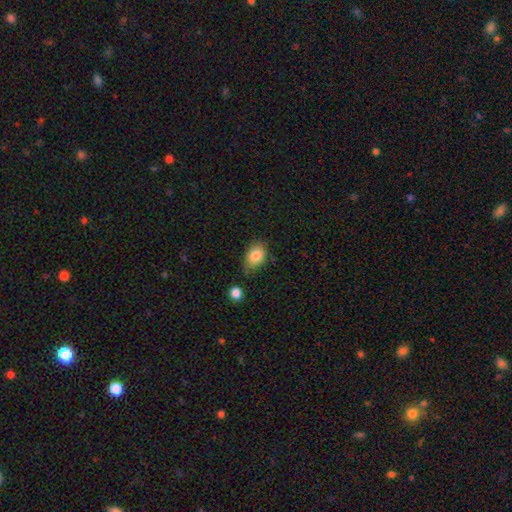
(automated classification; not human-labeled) smooth 83%, star or artifact 9%, featured or disk 8%. Down the decision tree: how rounded — in between (76%); merging — none (64%).